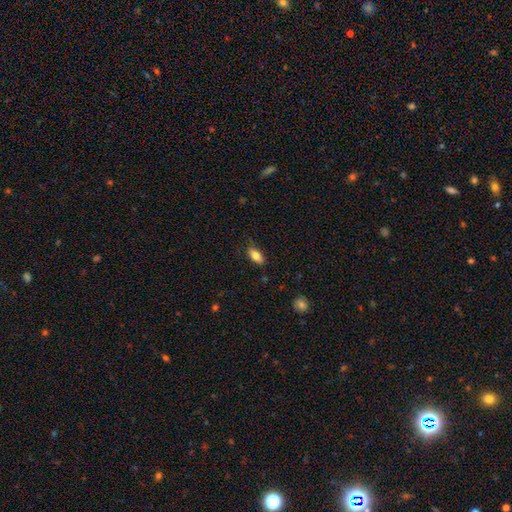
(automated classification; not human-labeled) smooth 78%, featured or disk 14%, star or artifact 8%. Down the decision tree: how rounded — in between (84%); merging — none (79%).